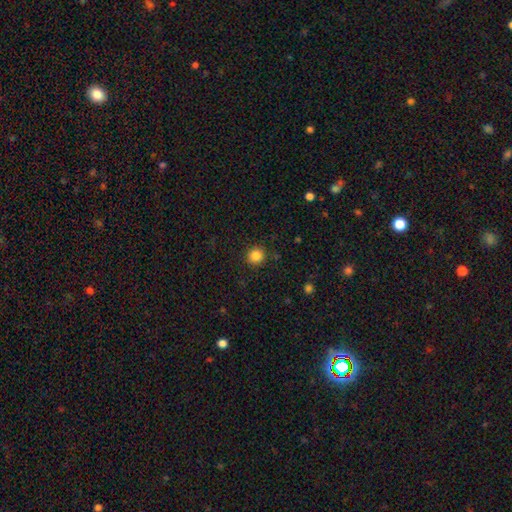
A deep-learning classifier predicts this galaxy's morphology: This is clearly a smooth galaxy (85%). How rounded: clearly round (92%). Merging: clearly none (90%).